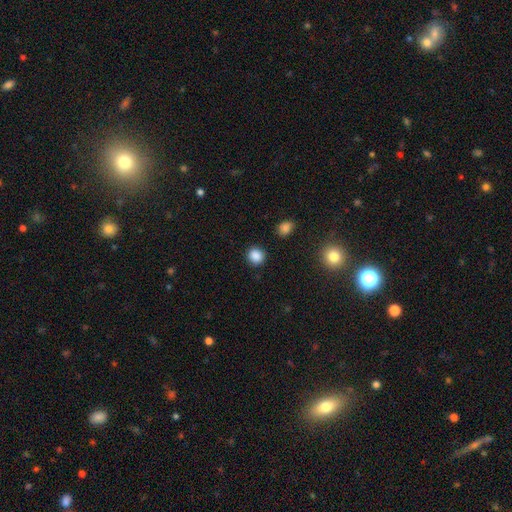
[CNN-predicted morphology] type=smooth (87%); roundness=round (85%); merging=none (88%).